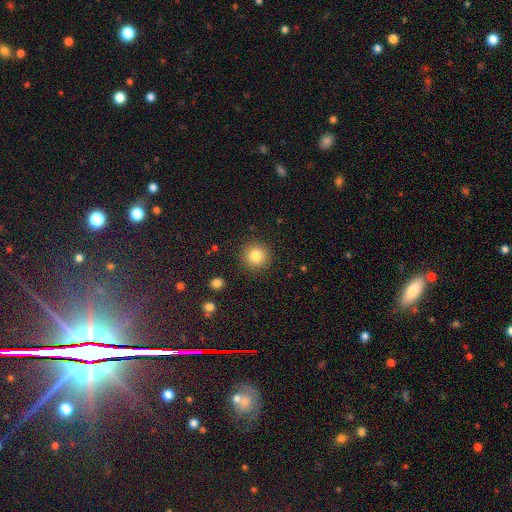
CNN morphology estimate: Overall: smooth (83%). How rounded: round (95%). Merging: none (90%).